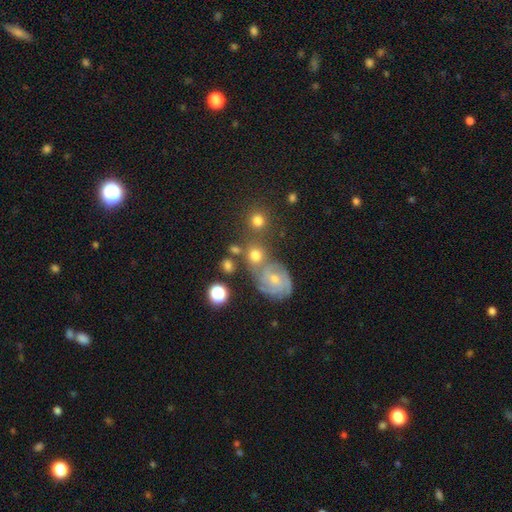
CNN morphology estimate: Overall: featured or disk (42%, tied with smooth). Merging: none (57%; merger 25%).